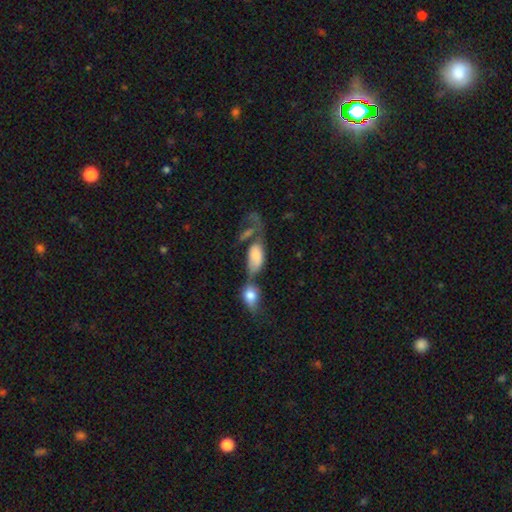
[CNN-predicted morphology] This appears to be a smooth galaxy with no disk features (71%) that is in between round and cigar-shaped (91%). Merging: merger (55%).